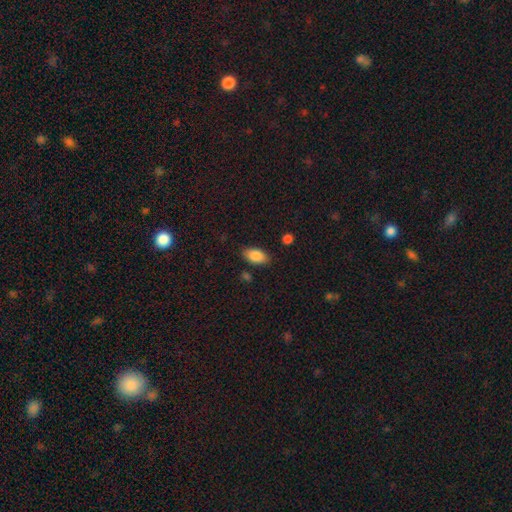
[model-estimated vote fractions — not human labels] Morphology: type=smooth (86%); roundness=in between (92%); merging=none (83%).